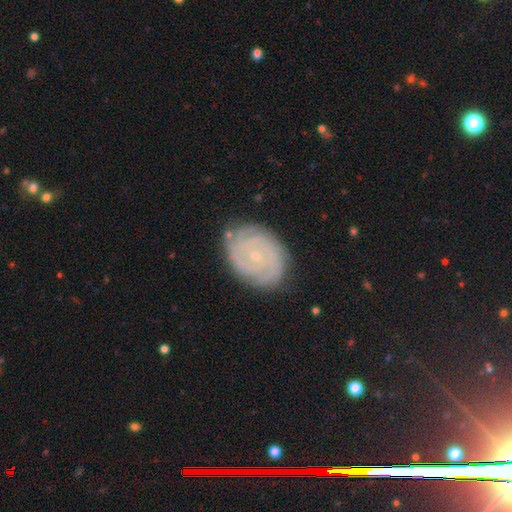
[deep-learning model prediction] The model was most divided on "spiral arm count" (2-way tie): can't tell: 28%, 2: 28%, 3: 19%, 4: 11%, more than 4: 7%, 1: 6%. More confident: edge-on disk — no (97%); spiral arms — yes (95%); bulge size — small (83%); merging — none (81%); smooth or featured — featured or disk (79%); spiral winding — tight (78%); bar — no (75%).